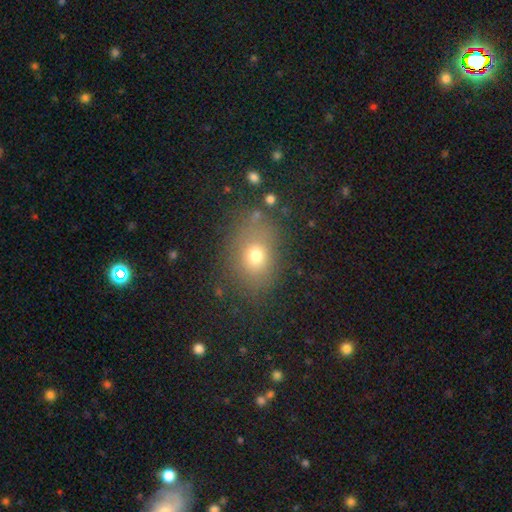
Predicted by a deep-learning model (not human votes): This appears to be a smooth galaxy with no disk features (70%) that is in between round and cigar-shaped (59%). Merging: none (76%).